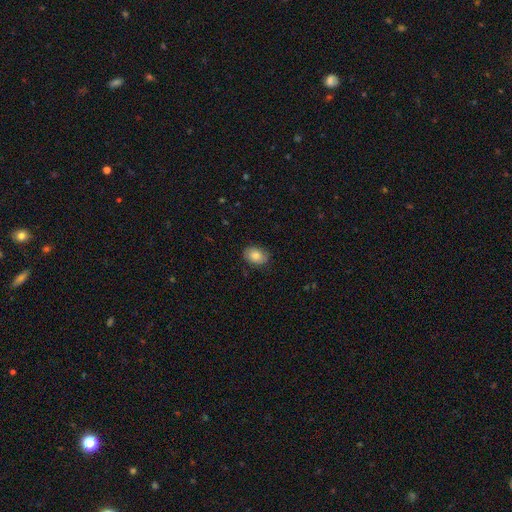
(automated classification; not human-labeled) This appears to be a smooth galaxy with no disk features (80%) that is in between round and cigar-shaped (75%). Merging: none (81%).